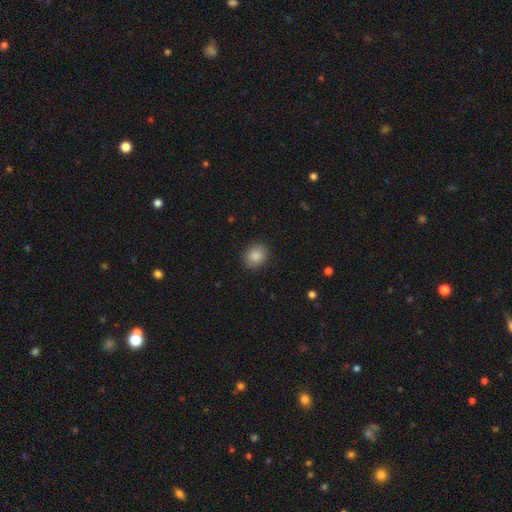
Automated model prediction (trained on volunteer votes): smooth_or_featured: smooth (p=0.87) [alt: star or artifact p=0.08]
how_rounded: round (p=0.52) [alt: in between p=0.47]
merging: none (p=0.89) [alt: minor disturbance p=0.08]